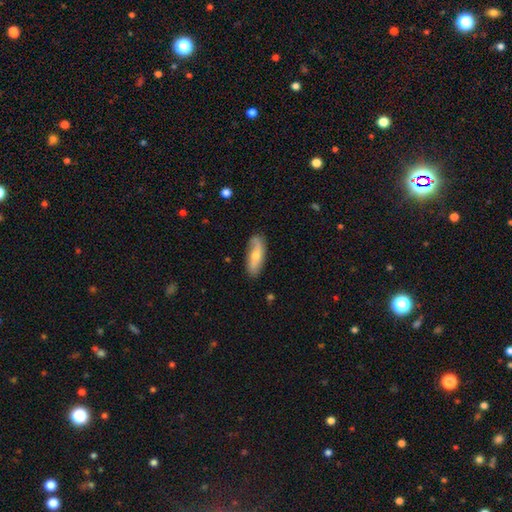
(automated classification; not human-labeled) This is possibly a smooth galaxy (47%). Merging: likely none (77%).